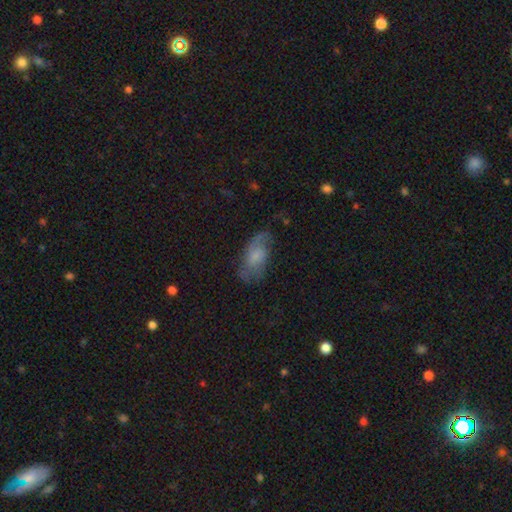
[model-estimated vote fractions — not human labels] This appears to be a featured or disk galaxy (50%). Merging: none (62%).